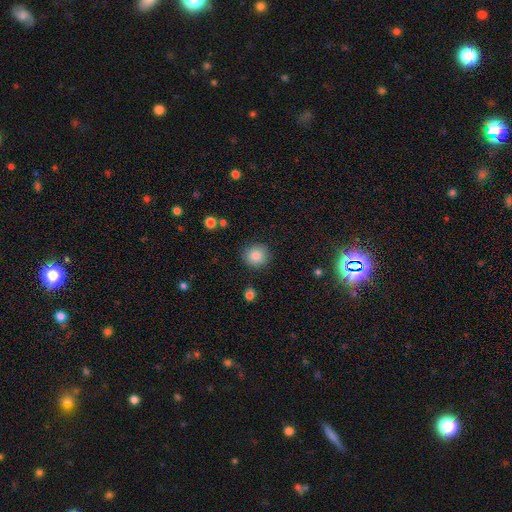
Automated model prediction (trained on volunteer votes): Q: Smooth or featured?
A: smooth (85%); runner-up: star or artifact (9%)
Q: How rounded?
A: round (89%); runner-up: in between (10%)
Q: Merging?
A: none (90%); runner-up: minor disturbance (7%)